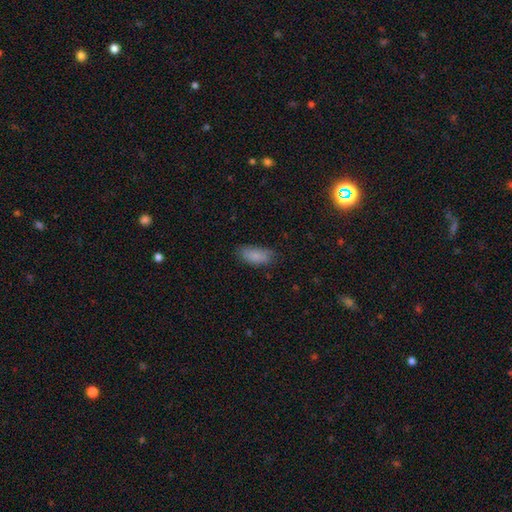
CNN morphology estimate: The model was most divided on "merging": none: 74%, minor disturbance: 20%, major disturbance: 5%, merger: 1%. More confident: how rounded — in between (89%); smooth or featured — smooth (84%).